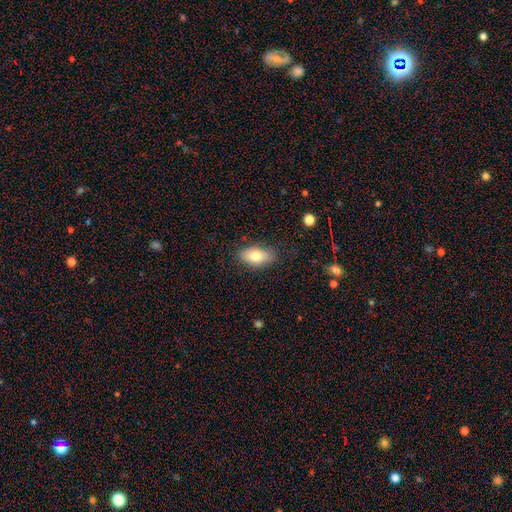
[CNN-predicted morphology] A smooth galaxy with no disk features (76%) that is in between round and cigar-shaped (90%).

Vote fractions:
- Smooth or featured? smooth: 76% / featured or disk: 16% / star or artifact: 7%
- How rounded? in between: 90% / round: 6% / cigar-shaped: 4%
- Merging? none: 83% / minor disturbance: 13% / major disturbance: 3% / merger: 1%